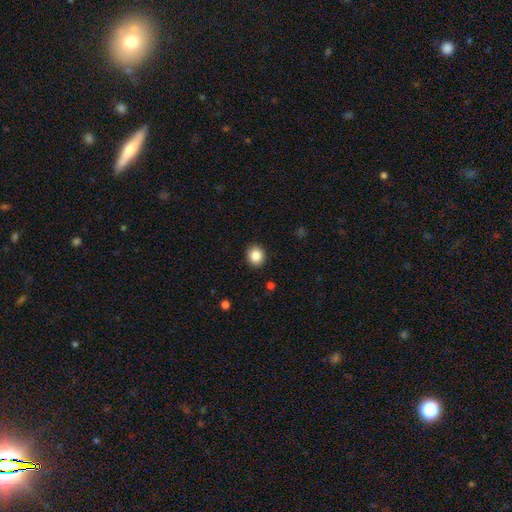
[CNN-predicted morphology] smooth 86%, star or artifact 9%, featured or disk 5%. Down the decision tree: how rounded — round (83%); merging — none (91%).